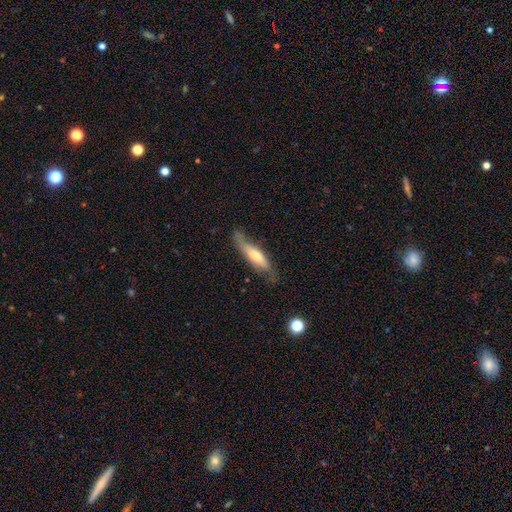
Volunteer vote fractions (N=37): smooth_or_featured: featured or disk (p=0.70) [alt: smooth p=0.30]
disk_edge_on: yes (p=0.62) [alt: no p=0.38]
edge_on_bulge: rounded (p=0.69) [alt: none p=0.25]
merging: none (p=0.84) [alt: minor disturbance p=0.16]